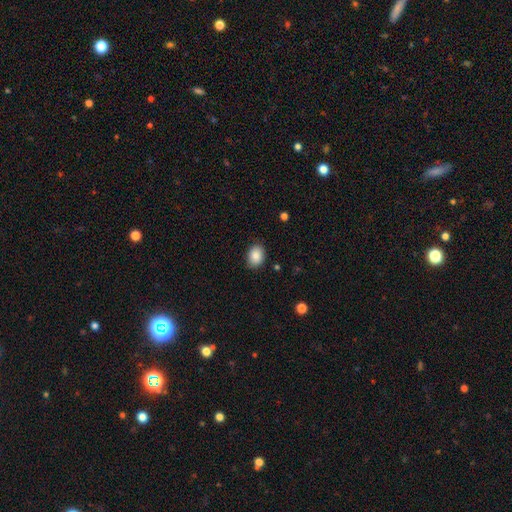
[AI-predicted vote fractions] Q: Smooth or featured?
A: smooth (88%); runner-up: star or artifact (8%)
Q: How rounded?
A: in between (71%); runner-up: round (28%)
Q: Merging?
A: none (87%); runner-up: minor disturbance (10%)